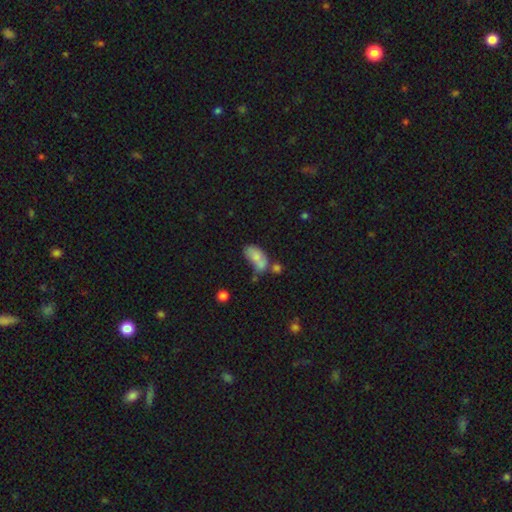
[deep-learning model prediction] Q: Smooth or featured?
A: smooth (72%); runner-up: featured or disk (18%)
Q: How rounded?
A: in between (90%); runner-up: round (6%)
Q: Merging?
A: merger (43%); runner-up: none (24%)